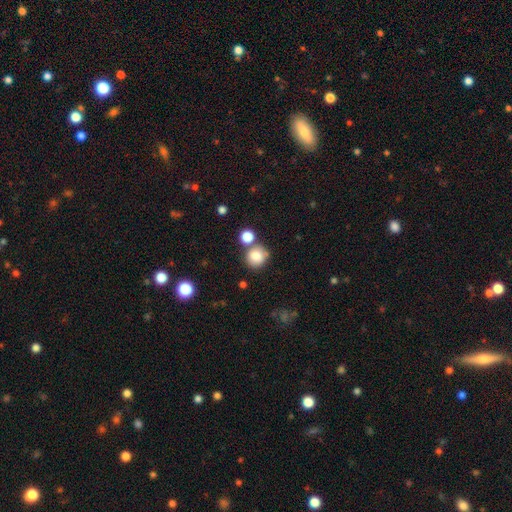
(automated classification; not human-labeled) Smooth or featured? Predicted: smooth (p=0.82). How rounded? Predicted: round (p=0.85). Merging? Predicted: none (p=0.64).